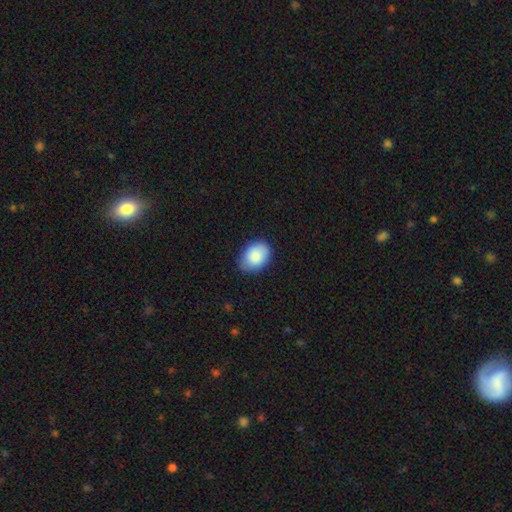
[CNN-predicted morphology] Overall: smooth (88%). How rounded: in between (79%). Merging: none (81%).